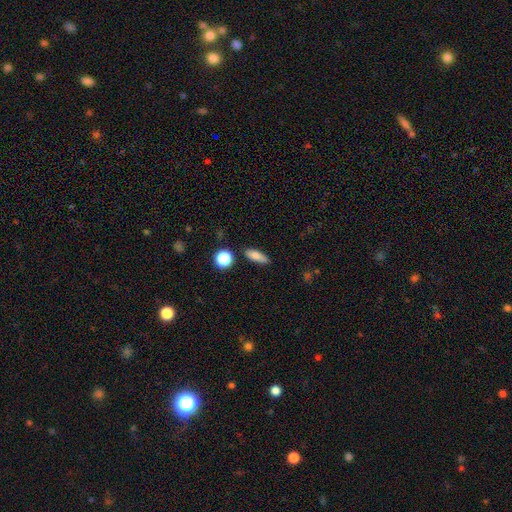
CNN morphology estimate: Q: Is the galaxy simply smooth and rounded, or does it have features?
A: smooth — 80%.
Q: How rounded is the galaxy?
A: in between — 59%.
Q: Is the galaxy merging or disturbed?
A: none — 81%.